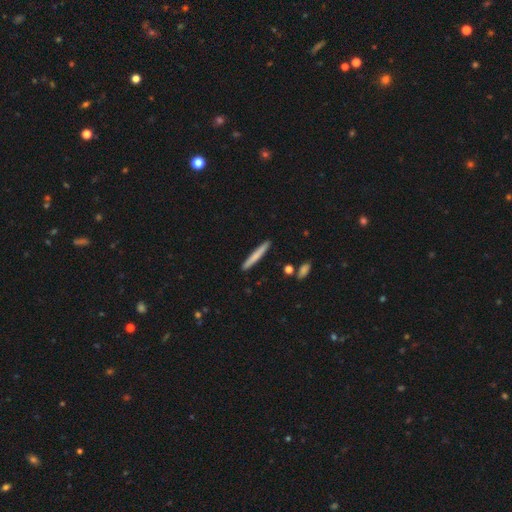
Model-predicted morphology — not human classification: smooth-or-featured: smooth: 71% | featured or disk: 23% | star or artifact: 5%
  how-rounded: cigar-shaped: 96% | in between: 3% | round: 1%
  merging: none: 91% | minor disturbance: 6% | merger: 2% | major disturbance: 1%